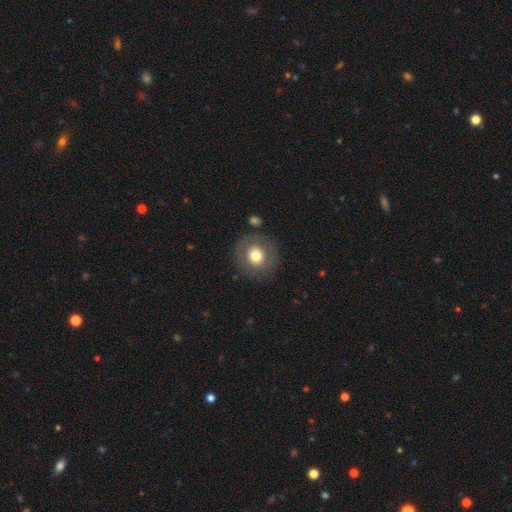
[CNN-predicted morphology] Smooth or featured? smooth (71%)
How rounded? round (92%)
Merging? none (86%)